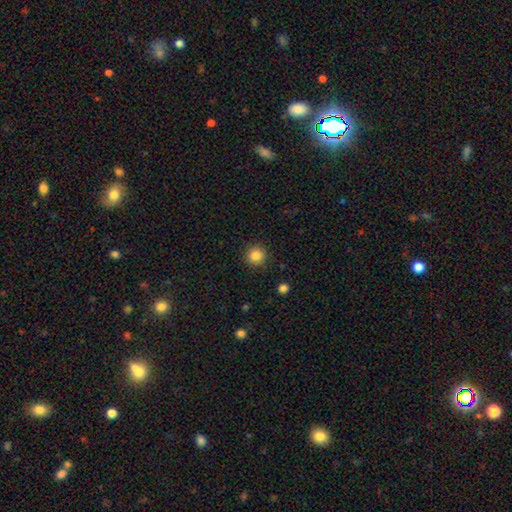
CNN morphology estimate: Overall: smooth (84%). How rounded: round (95%). Merging: none (92%).